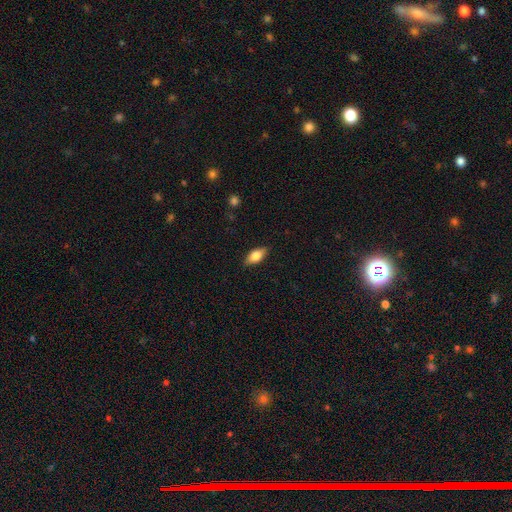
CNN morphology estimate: This appears to be a smooth galaxy with no disk features (74%) that is in between round and cigar-shaped (84%). Merging: none (86%).